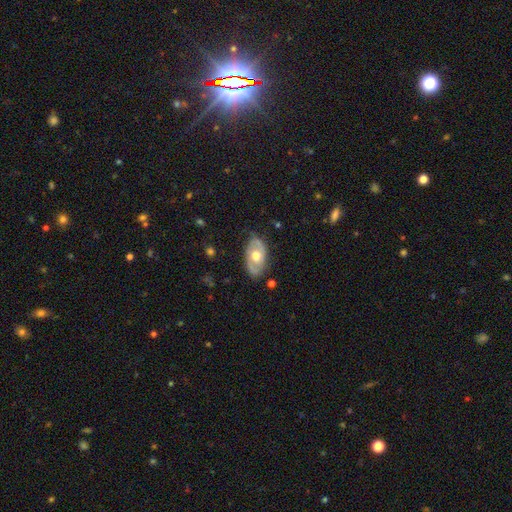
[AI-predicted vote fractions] smooth_or_featured: featured or disk (p=0.64) [alt: smooth p=0.31]
disk_edge_on: no (p=0.90) [alt: yes p=0.10]
bar: no (p=0.72) [alt: weak p=0.23]
has_spiral_arms: yes (p=0.59) [alt: no p=0.41]
bulge_size: moderate (p=0.68) [alt: large p=0.24]
merging: none (p=0.77) [alt: minor disturbance p=0.17]